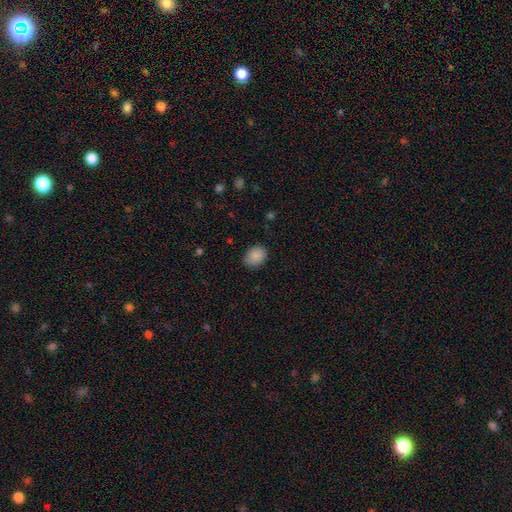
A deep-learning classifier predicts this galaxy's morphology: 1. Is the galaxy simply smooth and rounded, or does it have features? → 89% smooth, 8% star or artifact, 3% featured or disk.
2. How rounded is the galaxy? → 52% in between, 47% round, 1% cigar-shaped.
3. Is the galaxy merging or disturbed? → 83% none, 14% minor disturbance, 3% major disturbance, 1% merger.